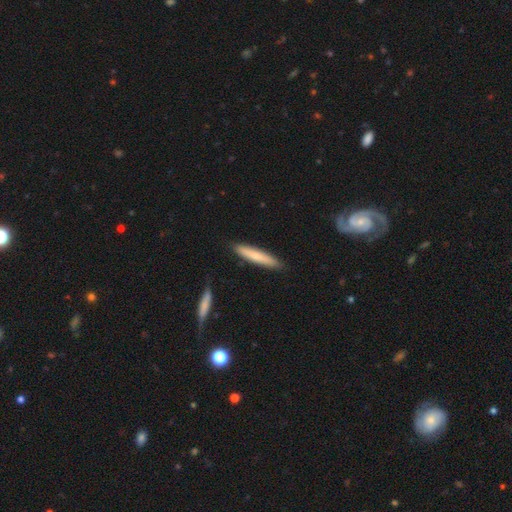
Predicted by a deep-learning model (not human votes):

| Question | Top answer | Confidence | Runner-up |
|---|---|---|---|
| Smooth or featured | smooth | 69% | featured or disk (25%) |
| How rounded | cigar-shaped | 92% | in between (7%) |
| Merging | none | 88% | minor disturbance (8%) |